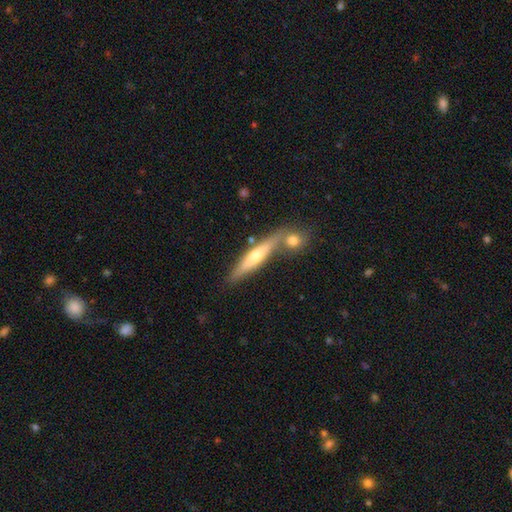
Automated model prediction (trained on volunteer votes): This is possibly a featured or disk galaxy (56%). It is clearly viewed edge-on (93%). Edge-on bulge: clearly rounded (81%). Merging: likely none (64%).